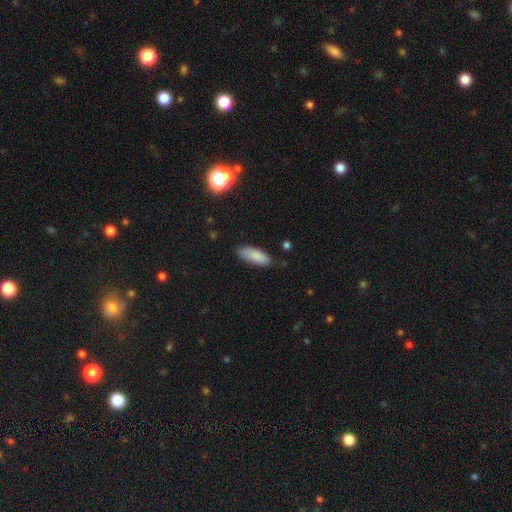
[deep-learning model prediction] A smooth galaxy with no disk features (87%) that is in between round and cigar-shaped (73%). Merging: none (80%).